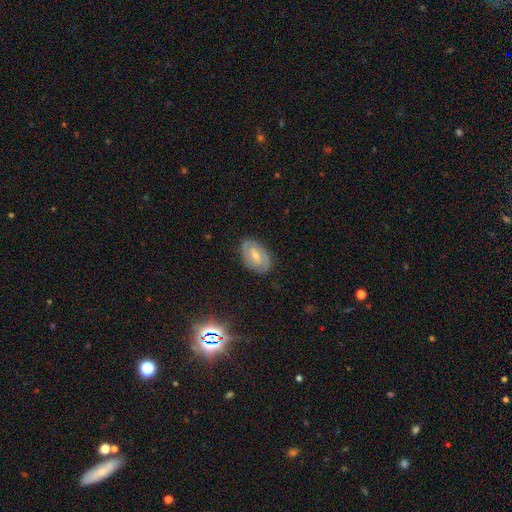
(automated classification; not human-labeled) This appears to be a featured or disk galaxy (65%) with a weak bar (51%), spiral arms (76%) and a moderate central bulge (49%). Merging: none (81%).